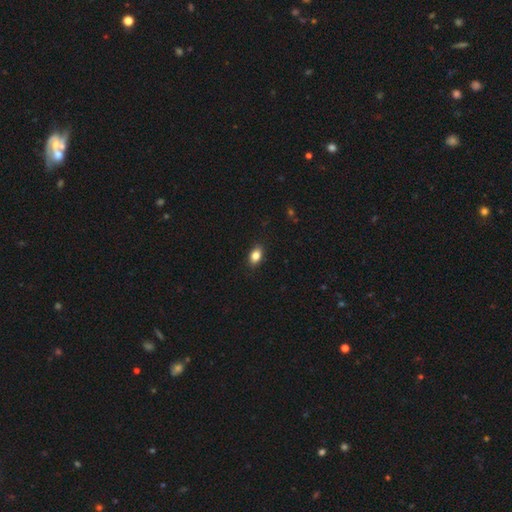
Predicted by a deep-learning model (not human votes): A smooth galaxy with no disk features (84%) that is in between round and cigar-shaped (83%). Merging: none (87%).